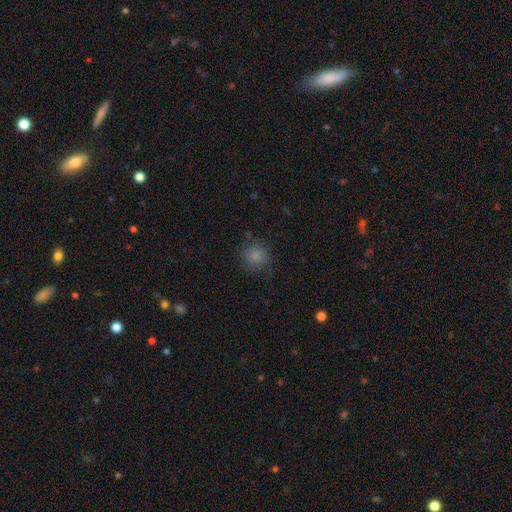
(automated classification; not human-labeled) Q: Smooth or featured?
A: smooth (83%); runner-up: star or artifact (11%)
Q: How rounded?
A: round (90%); runner-up: in between (9%)
Q: Merging?
A: none (79%); runner-up: minor disturbance (15%)